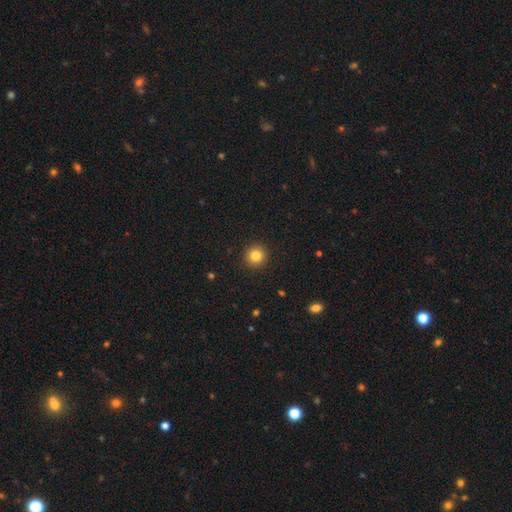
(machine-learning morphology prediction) smooth-or-featured: smooth: 84% | star or artifact: 11% | featured or disk: 6%
  how-rounded: round: 95% | in between: 4% | cigar-shaped: 1%
  merging: none: 93% | minor disturbance: 5% | major disturbance: 2% | merger: 1%